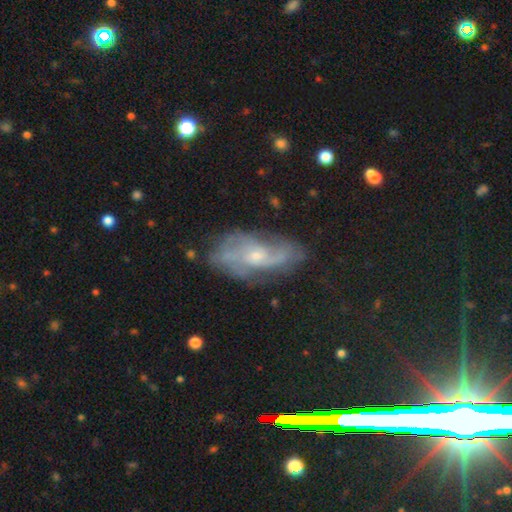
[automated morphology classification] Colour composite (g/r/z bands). It shows a featured or disk galaxy (74%) with no bar (67%), 2 (39%) medium (43%) spiral arms (85%) and a small central bulge (68%). Merging: none (61%).